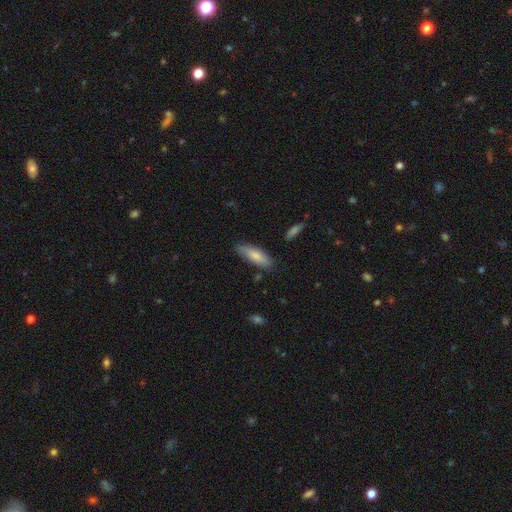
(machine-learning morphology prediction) This appears to be a smooth galaxy with no disk features (78%) that is in between round and cigar-shaped (53%). Merging: none (80%).